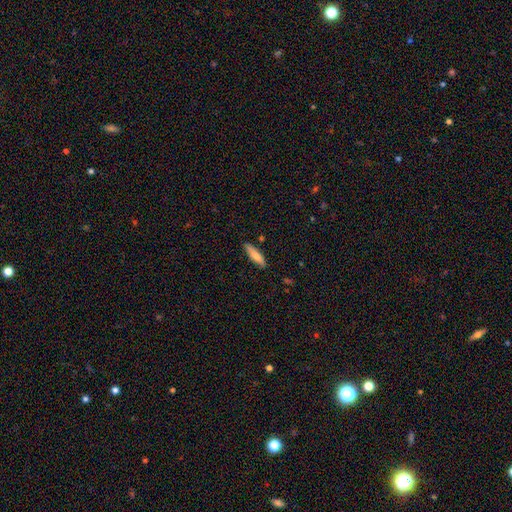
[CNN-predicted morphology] Smooth or featured: smooth — 76% (featured or disk — 18%)
How rounded: cigar-shaped — 75% (in between — 24%)
Merging: none — 84% (minor disturbance — 12%)